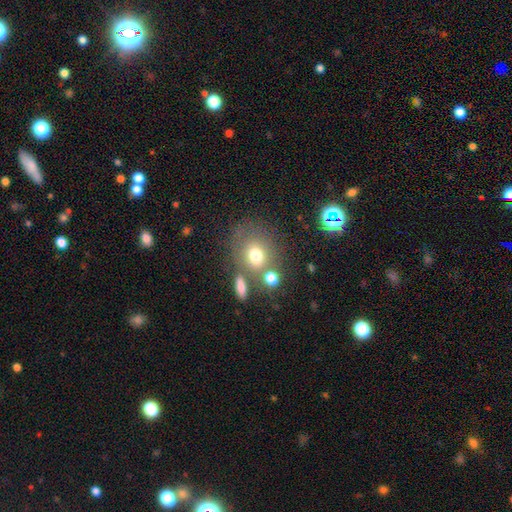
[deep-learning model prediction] Morphology: type=smooth (71%); roundness=round (63%); merging=none (54%).